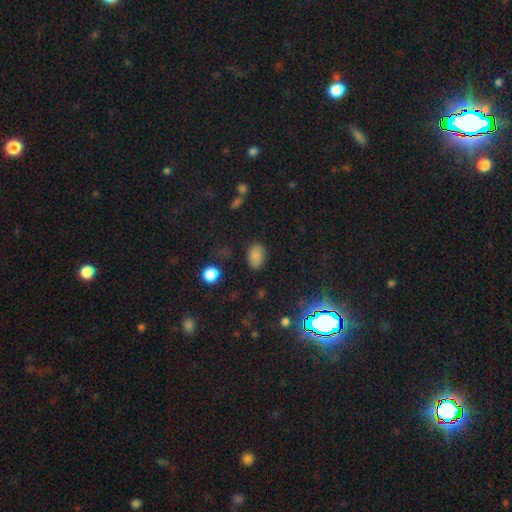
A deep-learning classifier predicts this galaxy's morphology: Smooth or featured: smooth — 81% (star or artifact — 13%)
How rounded: in between — 87% (round — 12%)
Merging: none — 83% (minor disturbance — 12%)